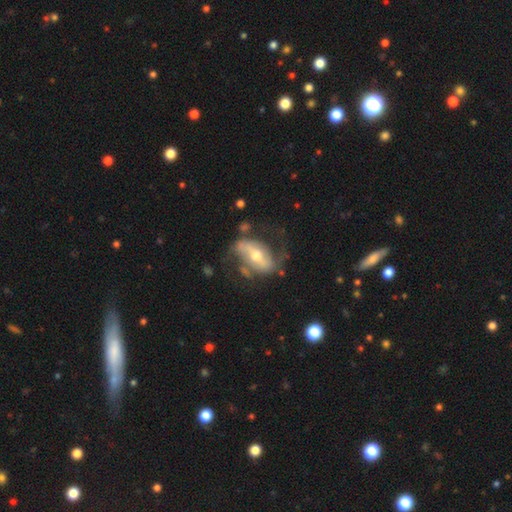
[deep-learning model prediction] Smooth or featured?
  - featured or disk: 76% *
  - smooth: 18%
  - star or artifact: 6%
Edge-on disk?
  - no: 91% *
  - yes: 9%
Bar?
  - strong: 47% *
  - weak: 29%
  - no: 25%
Spiral arms?
  - yes: 73% *
  - no: 27%
Spiral winding?
  - loose: 44% *
  - medium: 37%
  - tight: 18%
Spiral arm count?
  - 2: 78% *
  - can't tell: 14%
  - 1: 4%
  - 3: 2%
  - 4: 1%
  - more than 4: 1%
Bulge size?
  - moderate: 66% *
  - small: 27%
  - large: 5%
  - dominant: 1%
  - none: 1%
Merging?
  - none: 51% *
  - major disturbance: 23%
  - minor disturbance: 22%
  - merger: 4%